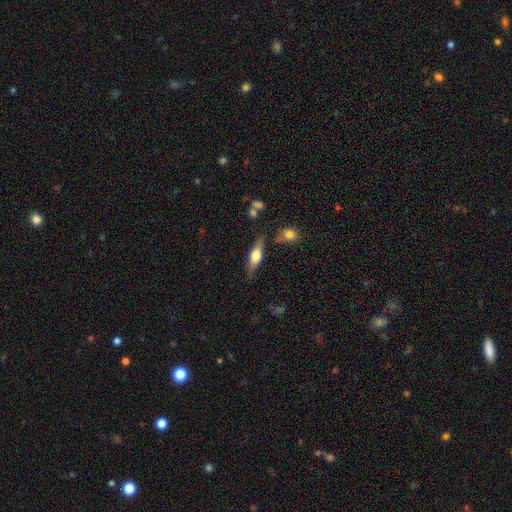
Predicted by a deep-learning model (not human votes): Overall: featured or disk (50%; smooth 43%). Edge-on disk: yes (92%). Merging: none (78%).